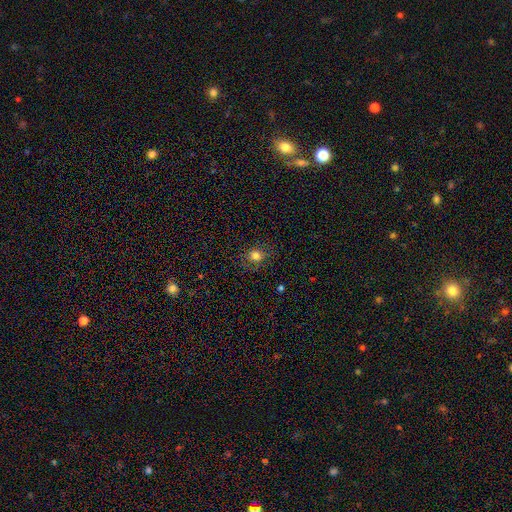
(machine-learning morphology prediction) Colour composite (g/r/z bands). It shows a smooth galaxy with no disk features (77%) that is round (78%). Merging: none (83%).